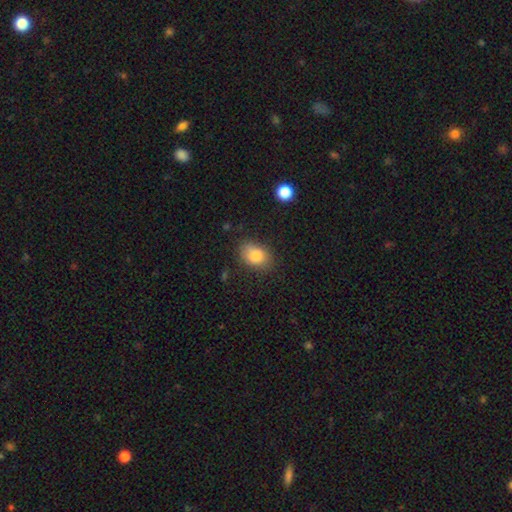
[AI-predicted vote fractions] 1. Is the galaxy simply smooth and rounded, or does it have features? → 84% smooth, 9% star or artifact, 8% featured or disk.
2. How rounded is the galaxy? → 75% in between, 24% round, 1% cigar-shaped.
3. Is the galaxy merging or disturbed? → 73% none, 20% minor disturbance, 5% major disturbance, 2% merger.